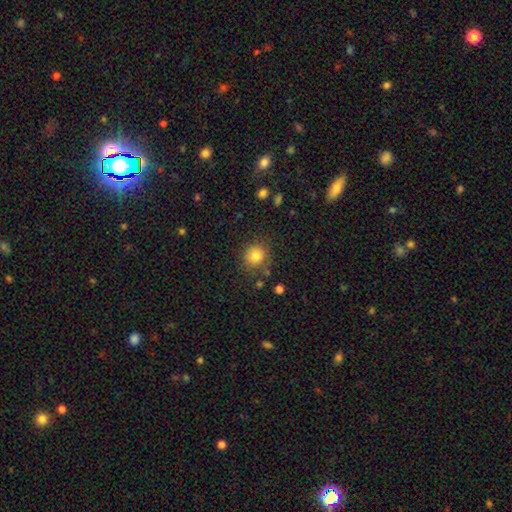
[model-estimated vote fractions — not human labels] The model was most divided on "merging": none: 80%, minor disturbance: 12%, major disturbance: 4%, merger: 4%. More confident: how rounded — round (86%); smooth or featured — smooth (82%).